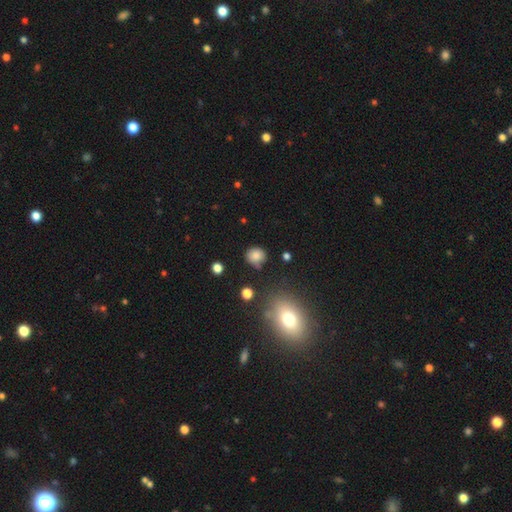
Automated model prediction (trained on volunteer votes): Smooth or featured?
  - smooth: 80% *
  - star or artifact: 13%
  - featured or disk: 7%
How rounded?
  - round: 77% *
  - in between: 22%
  - cigar-shaped: 1%
Merging?
  - none: 67% *
  - minor disturbance: 23%
  - major disturbance: 6%
  - merger: 4%